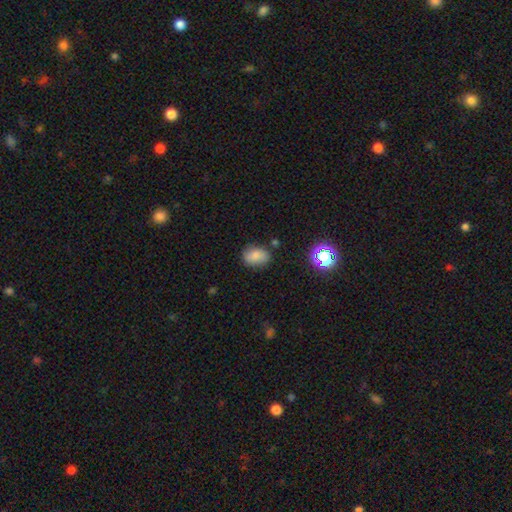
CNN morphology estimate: The model was most divided on "how rounded": in between: 71%, round: 27%, cigar-shaped: 1%. More confident: smooth or featured — smooth (76%); merging — none (75%).